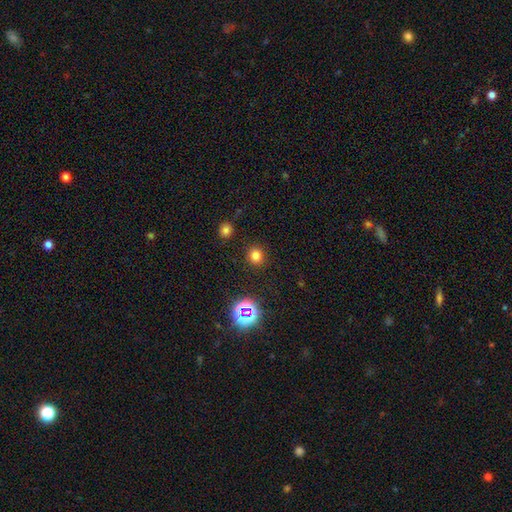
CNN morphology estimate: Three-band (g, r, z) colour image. It shows a smooth galaxy with no disk features (76%) that is round (88%). Merging: none (90%).